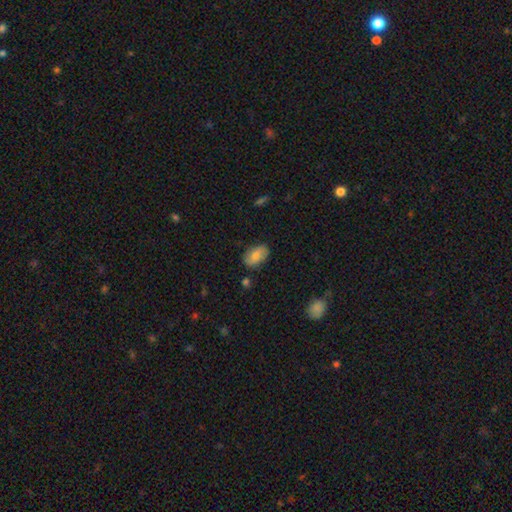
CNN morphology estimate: Smooth or featured? smooth (75%)
How rounded? in between (92%)
Merging? none (79%)